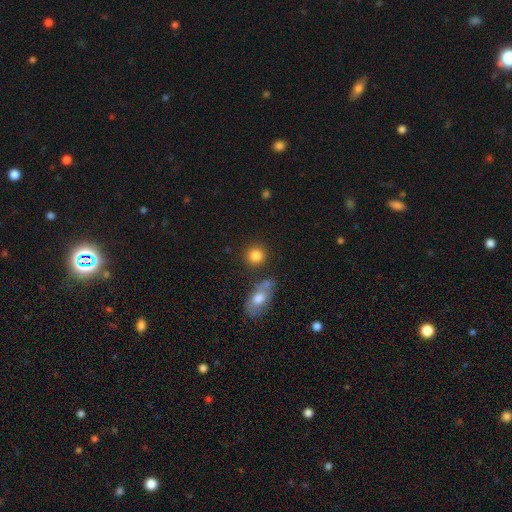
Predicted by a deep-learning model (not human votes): Smooth or featured?
  - smooth: 84% *
  - star or artifact: 10%
  - featured or disk: 7%
How rounded?
  - round: 87% *
  - in between: 12%
  - cigar-shaped: 1%
Merging?
  - none: 79% *
  - merger: 9%
  - minor disturbance: 9%
  - major disturbance: 3%